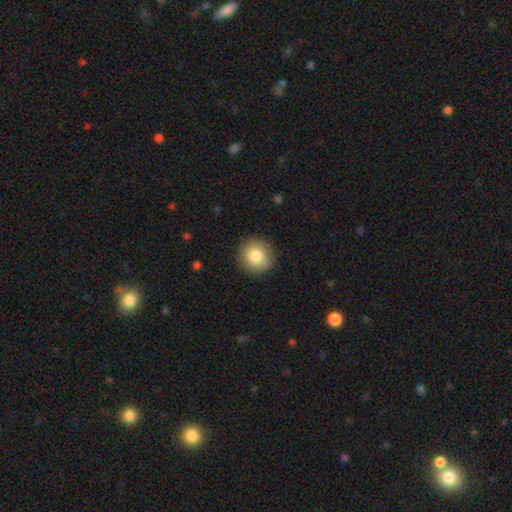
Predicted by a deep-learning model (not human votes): A smooth galaxy with no disk features (82%) that is round (91%). Merging: none (89%).